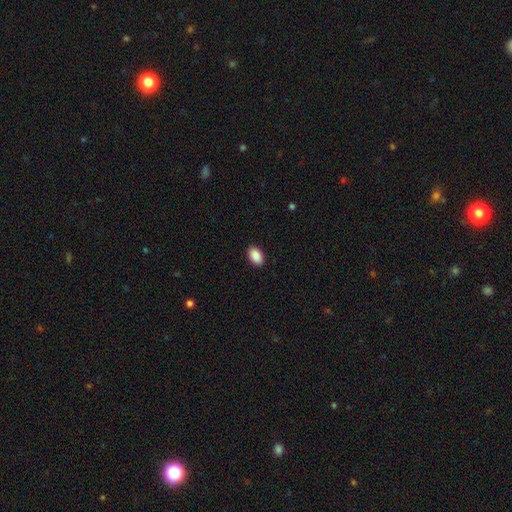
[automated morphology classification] Smooth or featured?
  - smooth: 90% *
  - star or artifact: 7%
  - featured or disk: 3%
How rounded?
  - in between: 91% *
  - round: 7%
  - cigar-shaped: 1%
Merging?
  - none: 90% *
  - minor disturbance: 7%
  - major disturbance: 2%
  - merger: 1%